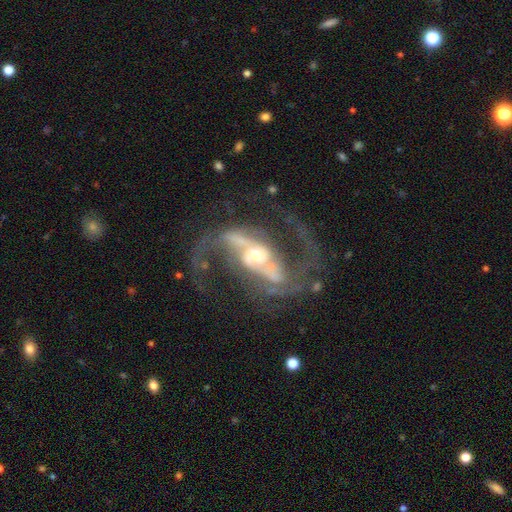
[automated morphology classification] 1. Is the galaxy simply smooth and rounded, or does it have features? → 92% featured or disk, 5% star or artifact, 3% smooth.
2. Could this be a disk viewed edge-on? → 97% no, 3% yes.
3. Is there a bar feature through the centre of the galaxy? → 42% strong, 31% weak, 27% no.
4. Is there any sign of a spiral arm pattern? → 97% yes, 3% no.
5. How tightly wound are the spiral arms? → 49% medium, 40% loose, 10% tight.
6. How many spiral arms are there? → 88% 2, 4% 3, 3% can't tell, 2% 1, 2% 4, 2% more than 4.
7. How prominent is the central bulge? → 50% moderate, 40% small, 6% large, 1% none, 1% dominant.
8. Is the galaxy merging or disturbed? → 65% none, 17% major disturbance, 14% minor disturbance, 4% merger.